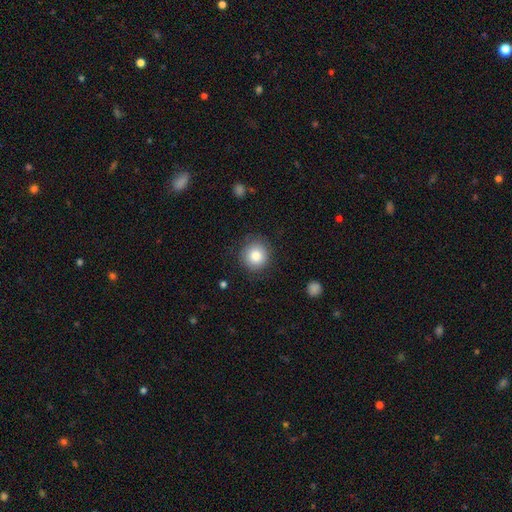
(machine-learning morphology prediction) type=smooth (82%); roundness=round (92%); merging=none (85%).